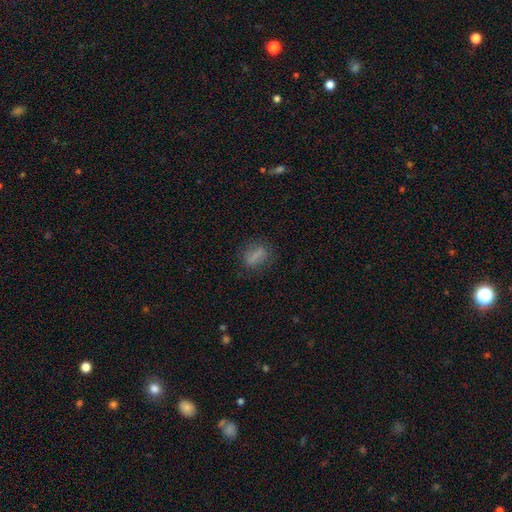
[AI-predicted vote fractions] Overall: smooth (68%). How rounded: in between (54%; round 29%). Merging: none (76%).